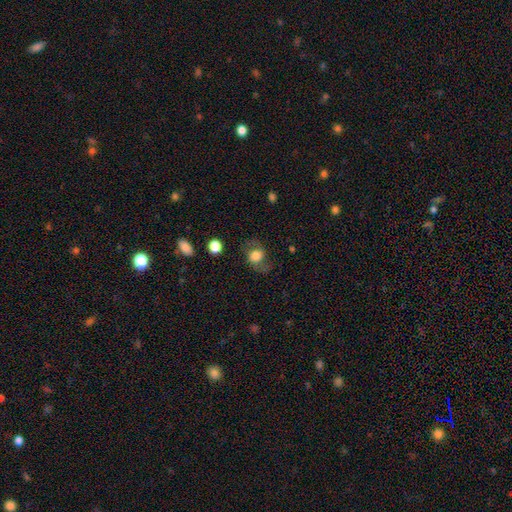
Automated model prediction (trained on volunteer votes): This is likely a smooth galaxy (61%). How rounded: likely round (62%). Merging: likely none (63%).